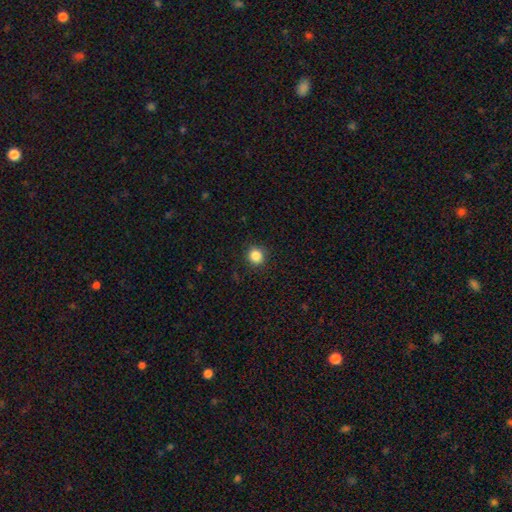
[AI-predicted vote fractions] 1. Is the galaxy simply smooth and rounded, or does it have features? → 85% smooth, 11% star or artifact, 4% featured or disk.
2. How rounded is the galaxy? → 89% round, 10% in between, 1% cigar-shaped.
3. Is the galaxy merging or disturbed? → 90% none, 7% minor disturbance, 2% major disturbance, 1% merger.